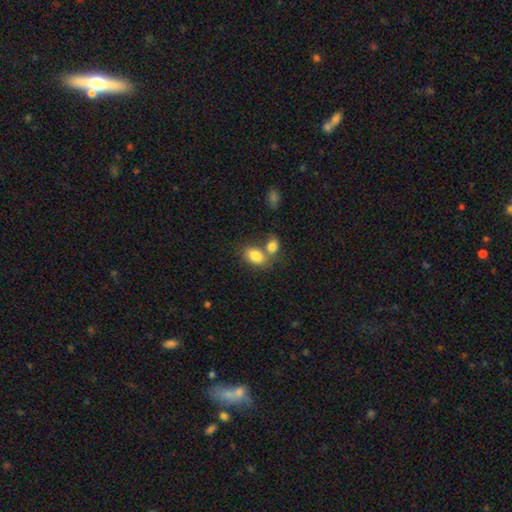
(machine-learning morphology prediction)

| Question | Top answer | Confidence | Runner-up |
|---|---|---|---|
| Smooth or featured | smooth | 83% | featured or disk (9%) |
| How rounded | in between | 85% | round (14%) |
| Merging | merger | 48% | none (37%) |